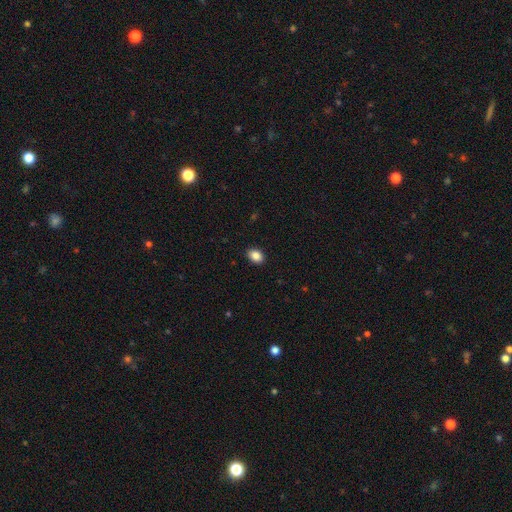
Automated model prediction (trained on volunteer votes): This appears to be a smooth galaxy with no disk features (87%) that is in between round and cigar-shaped (79%). Merging: none (90%).